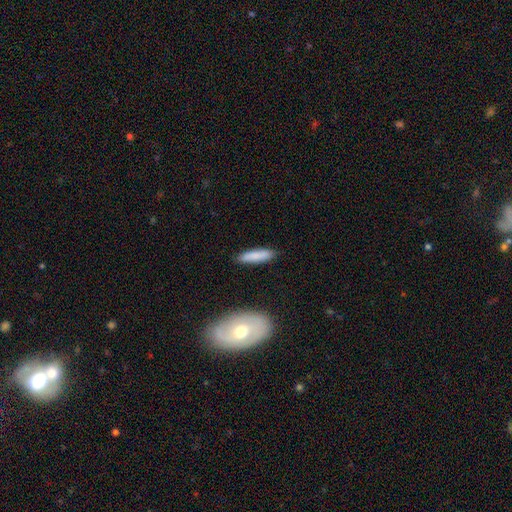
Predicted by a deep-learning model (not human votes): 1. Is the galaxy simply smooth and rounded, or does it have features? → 85% smooth, 9% featured or disk, 6% star or artifact.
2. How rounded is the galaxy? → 62% cigar-shaped, 36% in between, 2% round.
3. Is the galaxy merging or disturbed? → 87% none, 9% minor disturbance, 2% major disturbance, 2% merger.